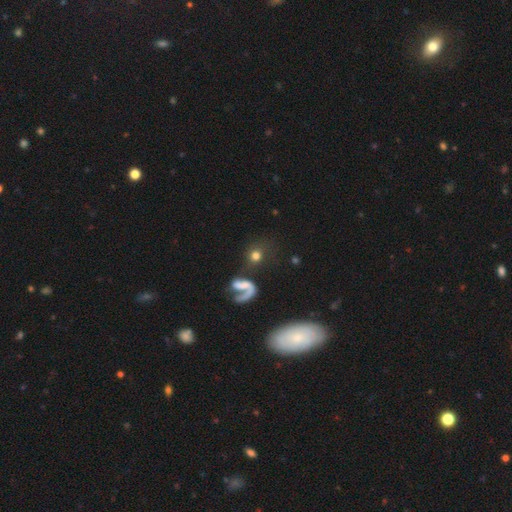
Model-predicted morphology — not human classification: Overall: smooth (64%). How rounded: round (83%). Merging: none (58%).